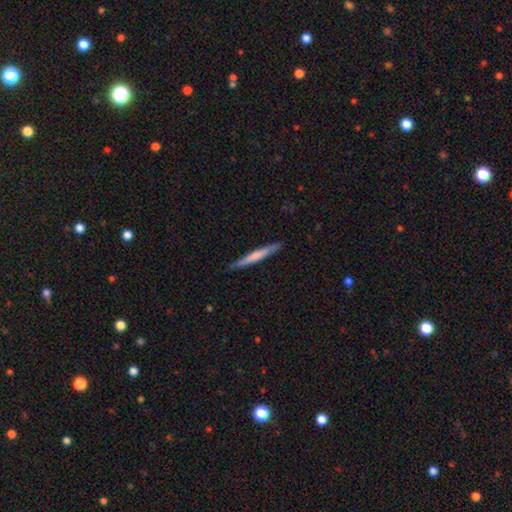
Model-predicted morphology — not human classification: A smooth galaxy with no disk features (59%) that is cigar-shaped (96%). Merging: none (88%).